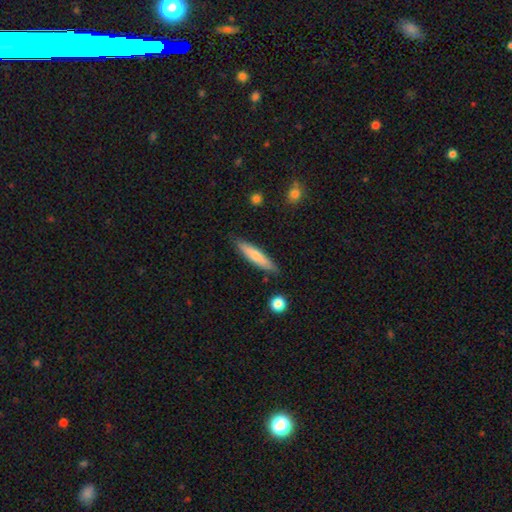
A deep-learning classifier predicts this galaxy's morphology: Smooth or featured?
  - smooth: 69% *
  - featured or disk: 25%
  - star or artifact: 6%
How rounded?
  - cigar-shaped: 83% *
  - in between: 15%
  - round: 1%
Merging?
  - none: 84% *
  - minor disturbance: 12%
  - major disturbance: 2%
  - merger: 2%